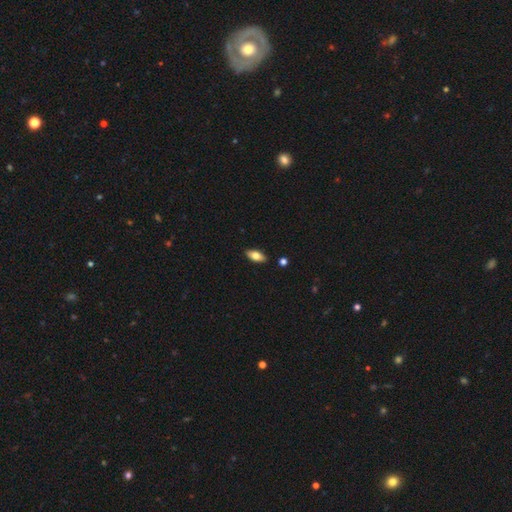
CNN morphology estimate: Smooth or featured? Predicted: smooth (p=0.72). How rounded? Predicted: in between (p=0.86). Merging? Predicted: none (p=0.88).